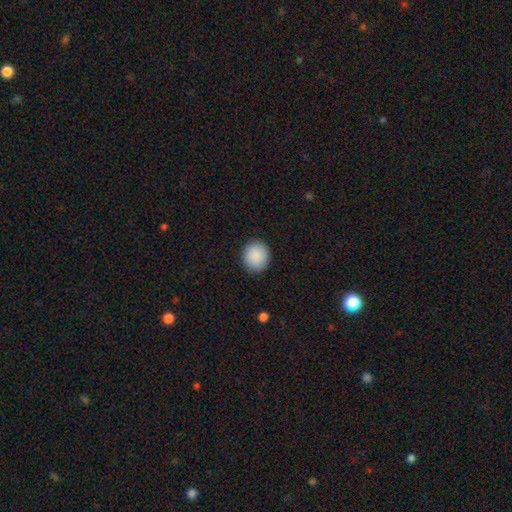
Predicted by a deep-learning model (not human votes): This is clearly a smooth galaxy (90%). How rounded: clearly round (88%). Merging: clearly none (91%).